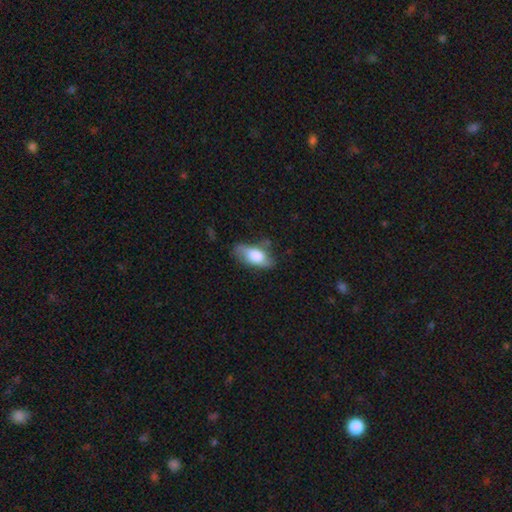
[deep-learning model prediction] Smooth or featured? Predicted: smooth (p=0.67). How rounded? Predicted: in between (p=0.82). Merging? Predicted: none (p=0.61).